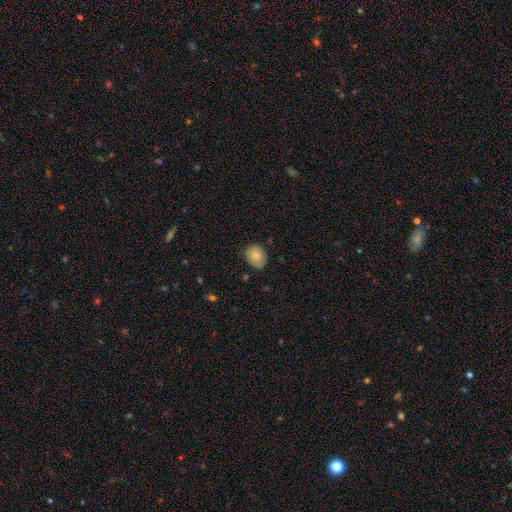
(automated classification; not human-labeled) smooth-or-featured: smooth: 79% | featured or disk: 13% | star or artifact: 8%
  how-rounded: round: 53% | in between: 46% | cigar-shaped: 1%
  merging: none: 77% | minor disturbance: 19% | major disturbance: 3% | merger: 1%